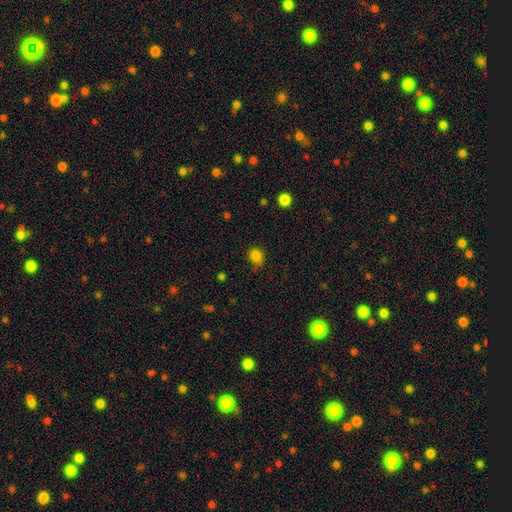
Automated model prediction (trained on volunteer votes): Q: Smooth or featured?
A: smooth (82%); runner-up: star or artifact (14%)
Q: How rounded?
A: round (61%); runner-up: in between (38%)
Q: Merging?
A: none (71%); runner-up: minor disturbance (22%)